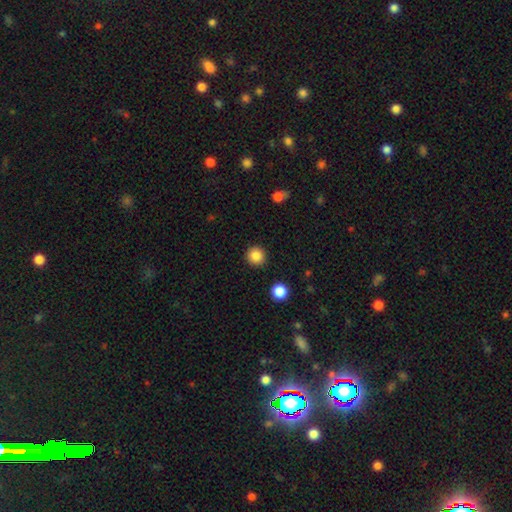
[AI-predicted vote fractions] smooth 85%, star or artifact 10%, featured or disk 4%. Down the decision tree: how rounded — round (95%); merging — none (92%).